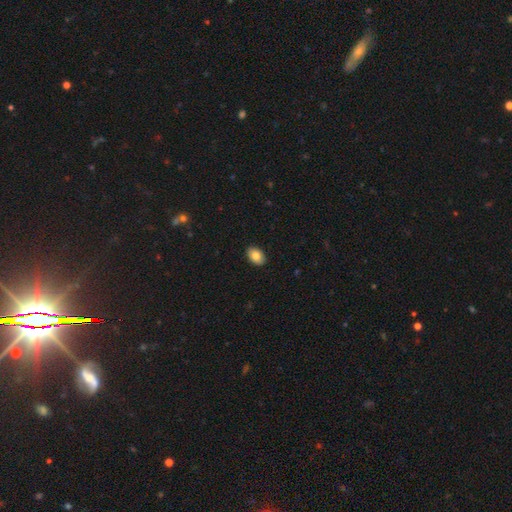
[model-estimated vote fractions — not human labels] smooth-or-featured: smooth: 83% | featured or disk: 10% | star or artifact: 7%
  how-rounded: in between: 88% | round: 11% | cigar-shaped: 1%
  merging: none: 90% | minor disturbance: 7% | major disturbance: 2% | merger: 1%